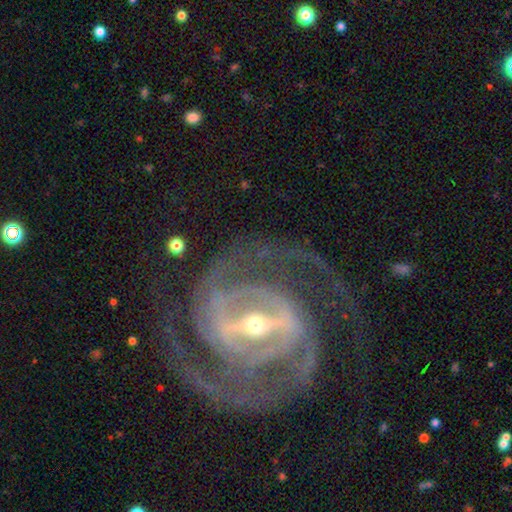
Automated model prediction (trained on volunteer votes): Smooth or featured? featured or disk (93%)
Edge-on disk? no (97%)
Bar? strong (74%)
Spiral arms? yes (98%)
Spiral winding? medium (48%)
Spiral arm count? 2 (72%)
Bulge size? small (63%)
Merging? none (75%)